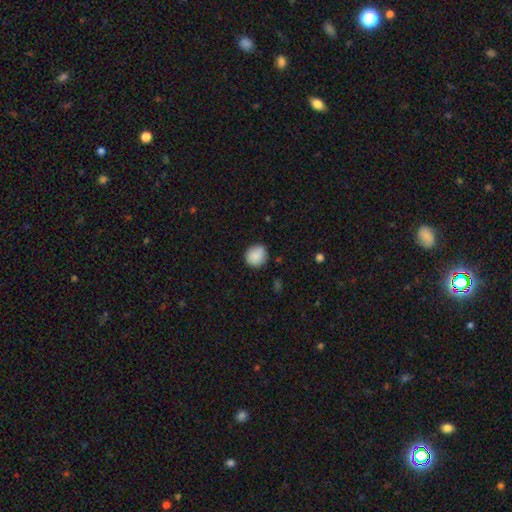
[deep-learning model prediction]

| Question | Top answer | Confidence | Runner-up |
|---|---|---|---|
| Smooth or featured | smooth | 86% | star or artifact (8%) |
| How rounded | round | 86% | in between (13%) |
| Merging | none | 76% | minor disturbance (18%) |